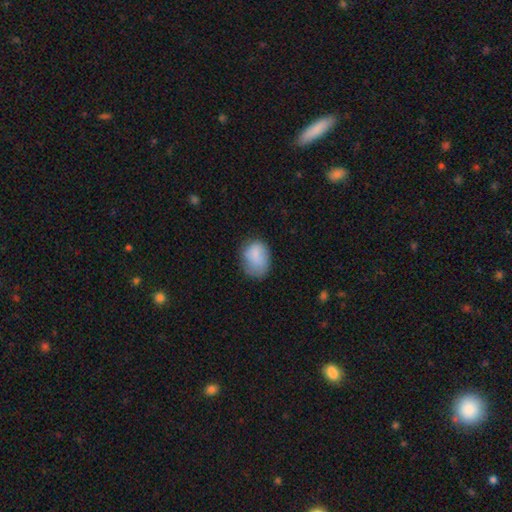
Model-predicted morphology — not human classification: Smooth or featured? Predicted: smooth (p=0.81). How rounded? Predicted: in between (p=0.62). Merging? Predicted: none (p=0.56).